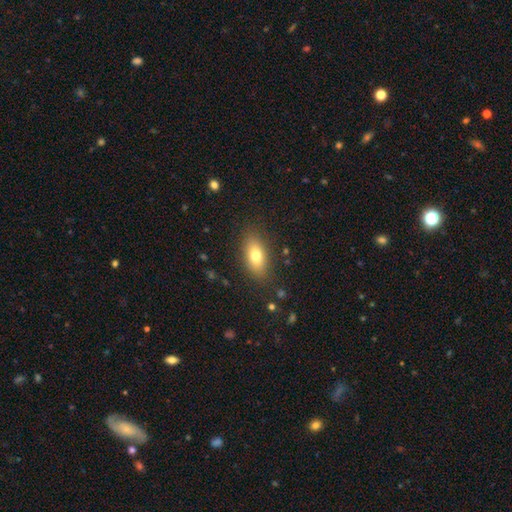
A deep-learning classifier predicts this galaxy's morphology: The model was most divided on "smooth or featured": smooth: 75%, featured or disk: 16%, star or artifact: 9%. More confident: merging — none (85%); how rounded — in between (85%).